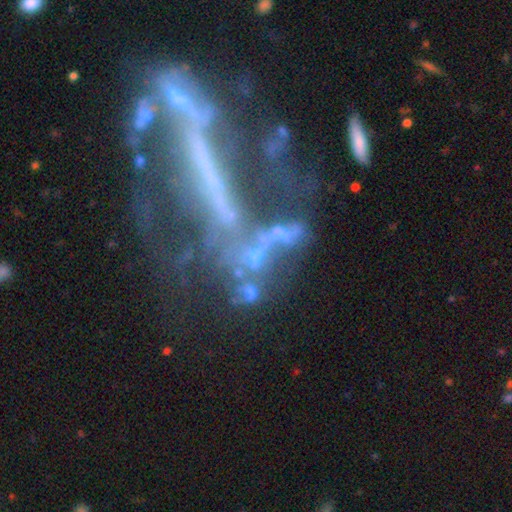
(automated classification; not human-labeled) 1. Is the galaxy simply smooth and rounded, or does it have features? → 43% featured or disk, 35% star or artifact, 22% smooth.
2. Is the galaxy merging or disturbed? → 50% merger, 24% major disturbance, 17% none, 9% minor disturbance.